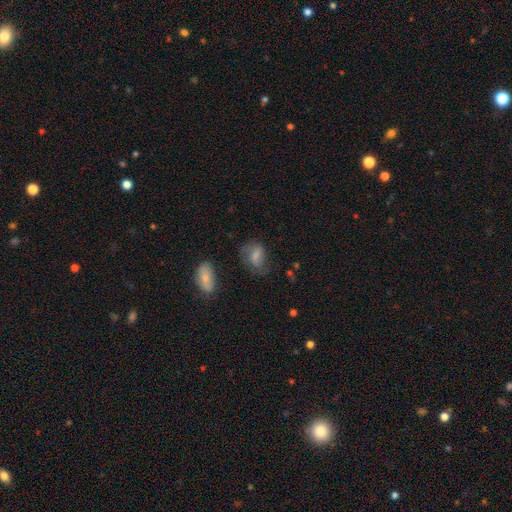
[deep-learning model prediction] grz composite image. It shows a smooth galaxy with no disk features (64%) that is in between round and cigar-shaped (78%). Merging: none (51%).